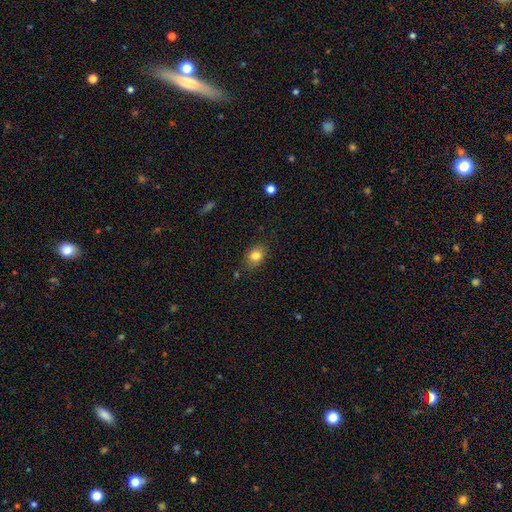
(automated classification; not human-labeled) Smooth or featured? Predicted: smooth (p=0.82). How rounded? Predicted: in between (p=0.61). Merging? Predicted: none (p=0.82).